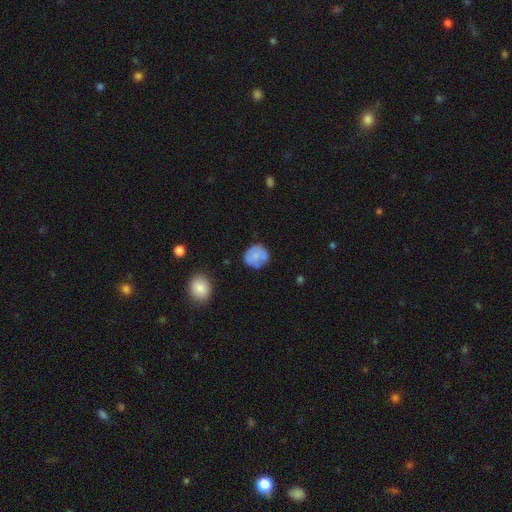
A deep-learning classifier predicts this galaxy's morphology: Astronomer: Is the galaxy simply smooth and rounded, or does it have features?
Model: smooth — 62%.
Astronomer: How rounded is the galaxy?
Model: round — 78%.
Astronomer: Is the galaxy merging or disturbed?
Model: none — 64%.